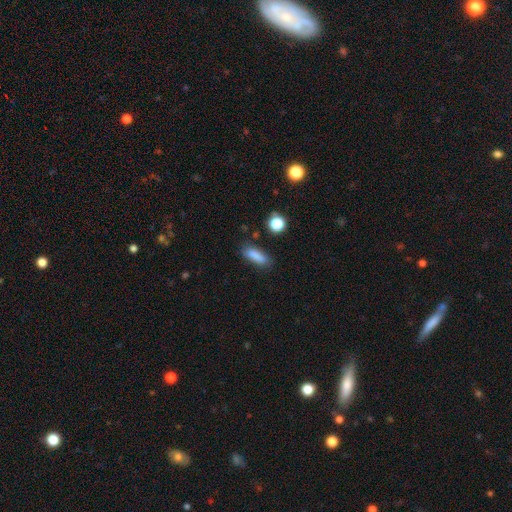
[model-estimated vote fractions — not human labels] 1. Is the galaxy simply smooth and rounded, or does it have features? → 83% smooth, 10% star or artifact, 7% featured or disk.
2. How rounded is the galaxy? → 51% in between, 45% cigar-shaped, 4% round.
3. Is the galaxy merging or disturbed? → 75% none, 17% minor disturbance, 5% major disturbance, 3% merger.